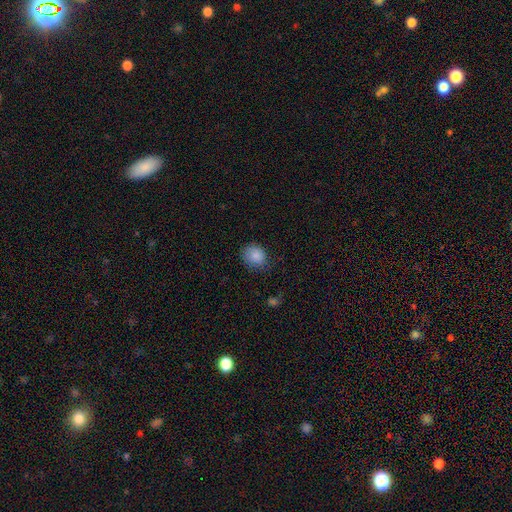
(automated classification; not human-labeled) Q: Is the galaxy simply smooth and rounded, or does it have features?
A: smooth — 87%.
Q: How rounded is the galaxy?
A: round — 64%.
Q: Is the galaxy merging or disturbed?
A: none — 73%.